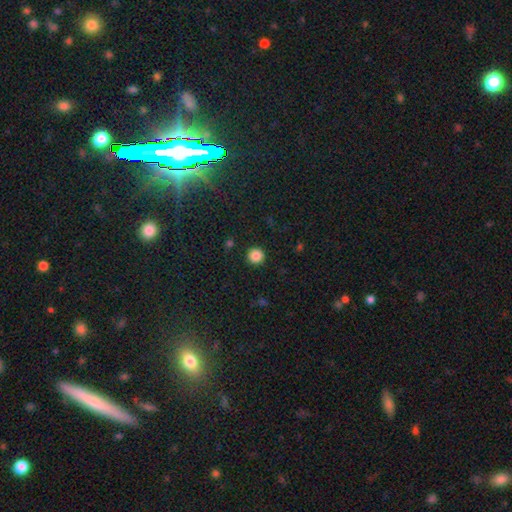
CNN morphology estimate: Smooth or featured: smooth — 86% (star or artifact — 11%)
How rounded: round — 96% (in between — 4%)
Merging: none — 93% (minor disturbance — 5%)